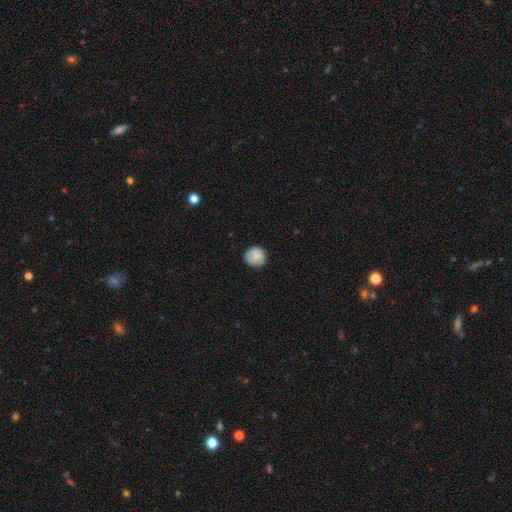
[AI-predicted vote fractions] Q: Smooth or featured?
A: smooth (80%); runner-up: featured or disk (13%)
Q: How rounded?
A: round (91%); runner-up: in between (8%)
Q: Merging?
A: none (83%); runner-up: minor disturbance (14%)